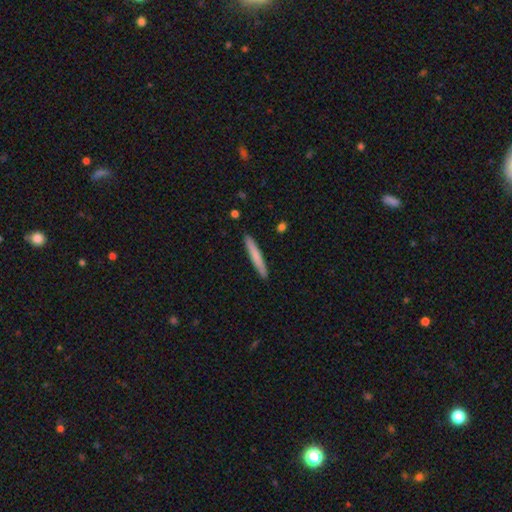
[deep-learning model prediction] This is likely a smooth galaxy (75%). How rounded: clearly cigar-shaped (96%). Merging: clearly none (91%).